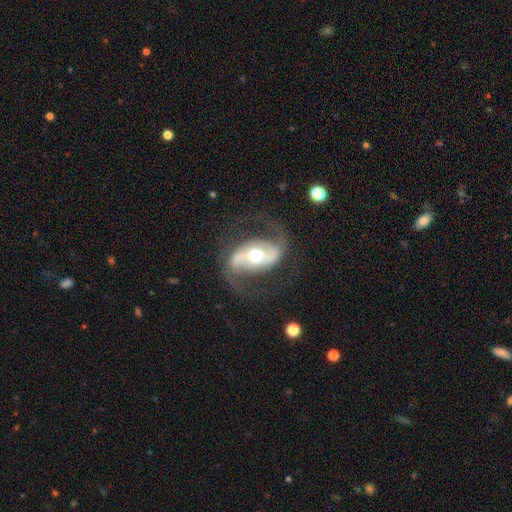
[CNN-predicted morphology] featured or disk 88%, smooth 8%, star or artifact 5%. Down the decision tree: edge-on disk — no (96%); bar — strong (38%); spiral arms — yes (94%); spiral arm count — 2 (94%); spiral winding — loose (47%); bulge size — moderate (70%); merging — none (74%).